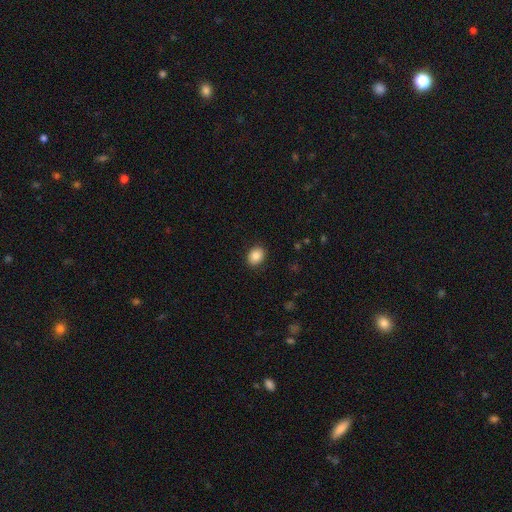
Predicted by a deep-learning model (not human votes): Smooth or featured? smooth (87%)
How rounded? in between (59%)
Merging? none (90%)